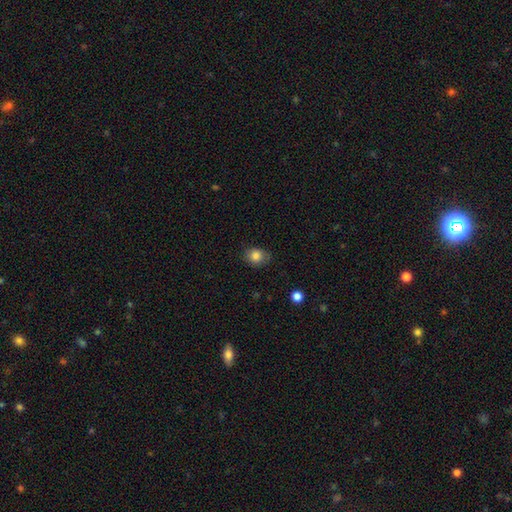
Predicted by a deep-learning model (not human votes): Q: Smooth or featured?
A: smooth (84%); runner-up: star or artifact (10%)
Q: How rounded?
A: round (53%); runner-up: in between (46%)
Q: Merging?
A: none (77%); runner-up: minor disturbance (18%)